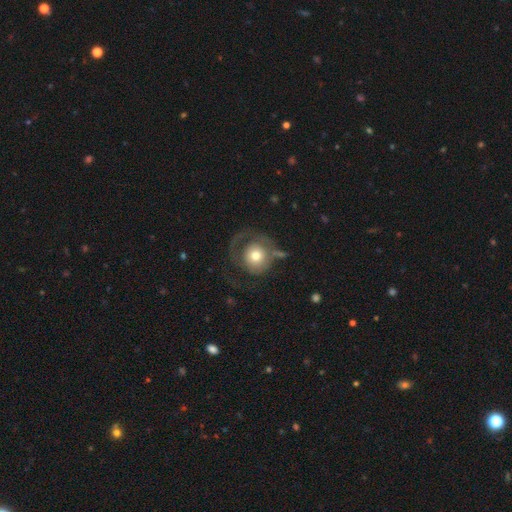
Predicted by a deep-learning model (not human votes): The model was most divided on "merging": major disturbance: 41%, none: 36%, minor disturbance: 17%, merger: 6%. More confident: how rounded — round (89%); smooth or featured — smooth (54%).